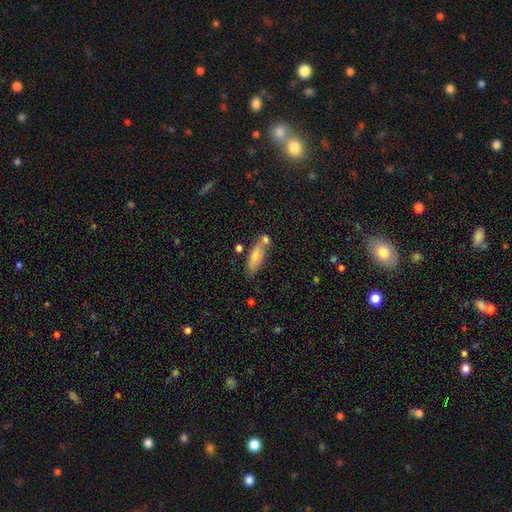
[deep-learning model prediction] This appears to be a smooth galaxy with no disk features (68%) that is in between round and cigar-shaped (53%). Merging: none (64%).